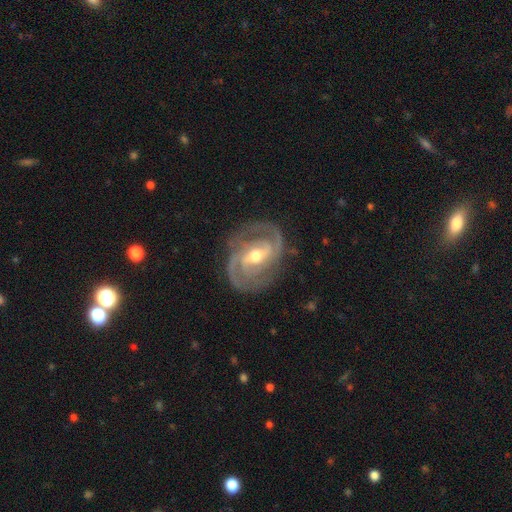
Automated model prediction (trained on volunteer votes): This appears to be a featured or disk galaxy (91%) with a weak bar (42%), 2 (74%) tight (46%) spiral arms (97%) and a moderate central bulge (64%). Merging: none (79%).